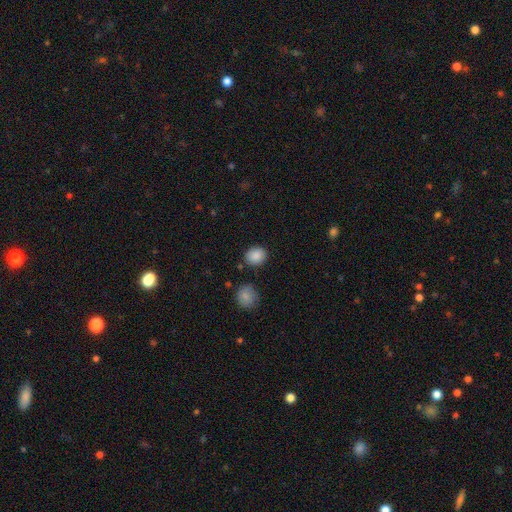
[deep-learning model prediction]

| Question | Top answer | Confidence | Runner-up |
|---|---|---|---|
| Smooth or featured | smooth | 87% | star or artifact (9%) |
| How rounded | round | 68% | in between (31%) |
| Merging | none | 85% | minor disturbance (9%) |